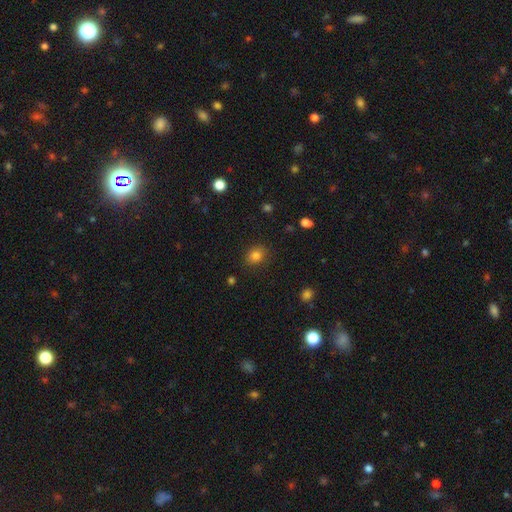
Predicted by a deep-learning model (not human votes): Smooth or featured: smooth — 82% (star or artifact — 12%)
How rounded: round — 61% (in between — 38%)
Merging: none — 85% (minor disturbance — 11%)